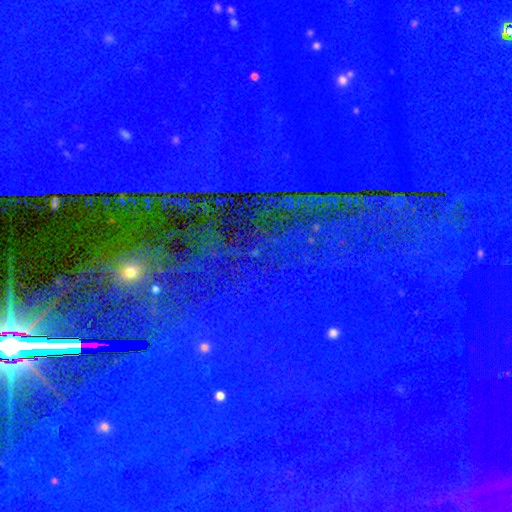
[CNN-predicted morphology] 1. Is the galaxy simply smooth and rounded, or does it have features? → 86% star or artifact, 8% featured or disk, 7% smooth.